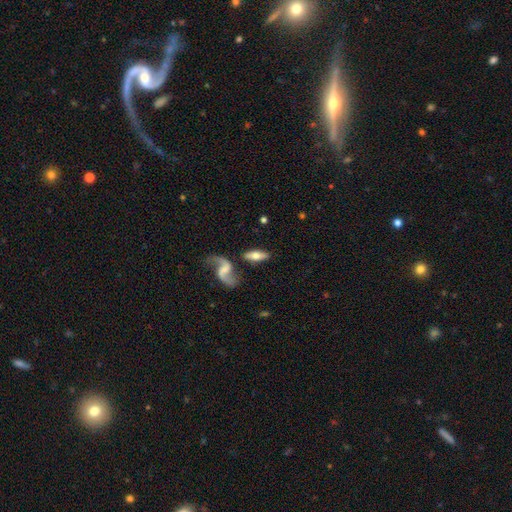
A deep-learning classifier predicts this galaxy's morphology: This is possibly a featured or disk galaxy (55%). It is likely not viewed edge-on (61%). Merging: likely none (69%).